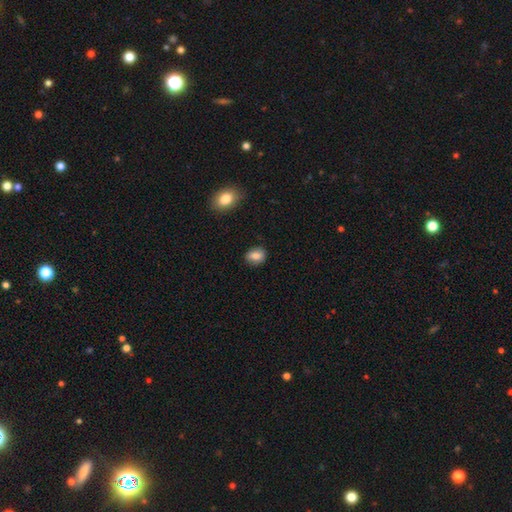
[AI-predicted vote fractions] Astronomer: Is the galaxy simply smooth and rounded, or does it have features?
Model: smooth — 82%.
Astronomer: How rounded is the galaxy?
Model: round — 52% (runner-up: in between, 47%).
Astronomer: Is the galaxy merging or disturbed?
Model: none — 87%.